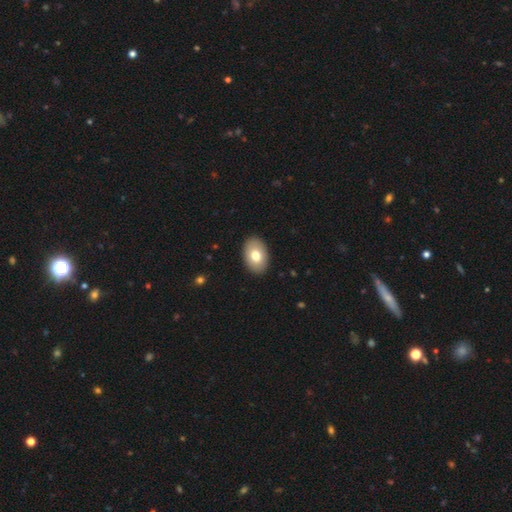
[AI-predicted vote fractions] Smooth or featured? Predicted: smooth (p=0.76). How rounded? Predicted: in between (p=0.88). Merging? Predicted: none (p=0.90).